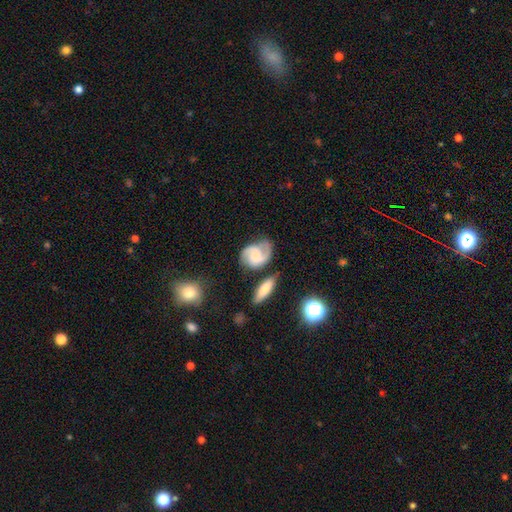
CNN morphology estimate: The model was most divided on "bulge size": none: 37%, small: 27%, moderate: 24%, large: 10%, dominant: 2%. More confident: edge-on disk — no (97%); spiral arms — yes (95%); spiral arm count — 2 (86%); smooth or featured — featured or disk (74%); merging — none (66%); bar — no (55%); spiral winding — medium (52%).